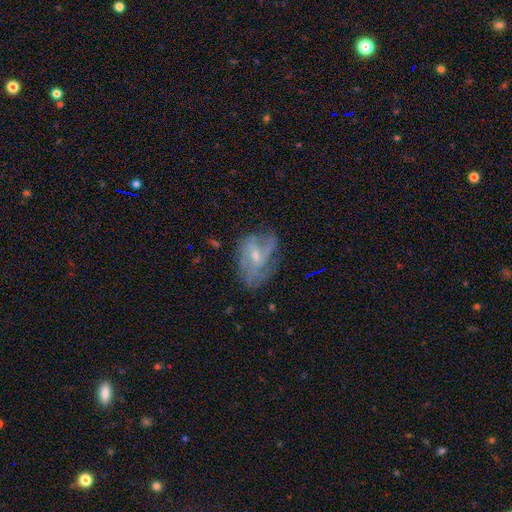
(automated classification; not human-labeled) Overall: featured or disk (74%). Edge-on disk: no (96%). Bar: weak (48%; no 43%). Spiral arms: yes (84%). Spiral arm count: can't tell (33%; 2 28%). Spiral winding: medium (44%; loose 29%). Bulge size: small (59%; moderate 34%). Merging: none (52%; minor disturbance 26%).